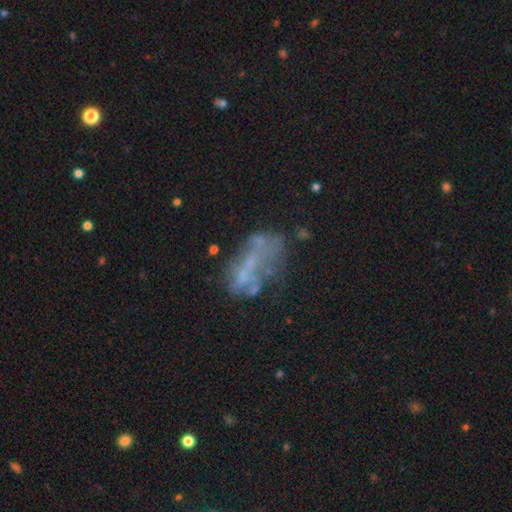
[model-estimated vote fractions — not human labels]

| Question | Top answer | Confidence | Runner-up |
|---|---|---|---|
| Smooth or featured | featured or disk | 56% | smooth (27%) |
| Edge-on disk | no | 96% | yes (4%) |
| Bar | no | 87% | weak (9%) |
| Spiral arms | no | 93% | yes (7%) |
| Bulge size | none | 71% | small (19%) |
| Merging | none | 34% | major disturbance (28%) |